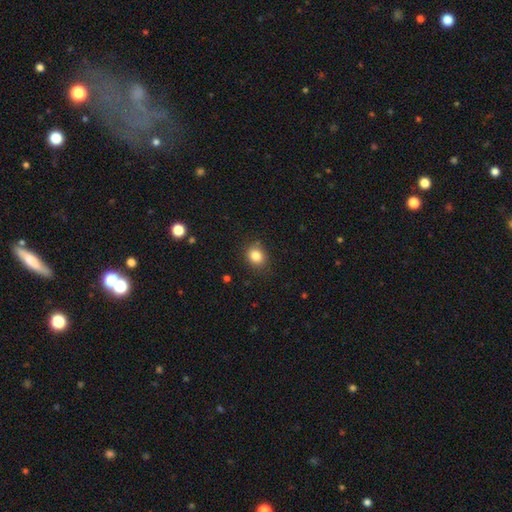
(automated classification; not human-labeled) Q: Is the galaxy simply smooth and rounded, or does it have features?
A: smooth — 83%.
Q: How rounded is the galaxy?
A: round — 67%.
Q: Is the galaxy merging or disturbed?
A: none — 84%.